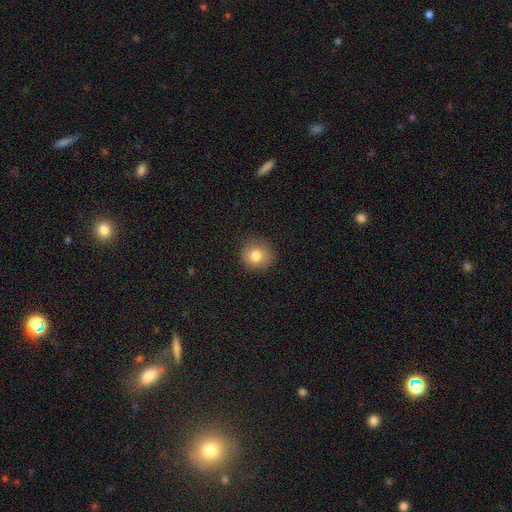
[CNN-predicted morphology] smooth 80%, star or artifact 11%, featured or disk 10%. Down the decision tree: how rounded — round (88%); merging — none (88%).